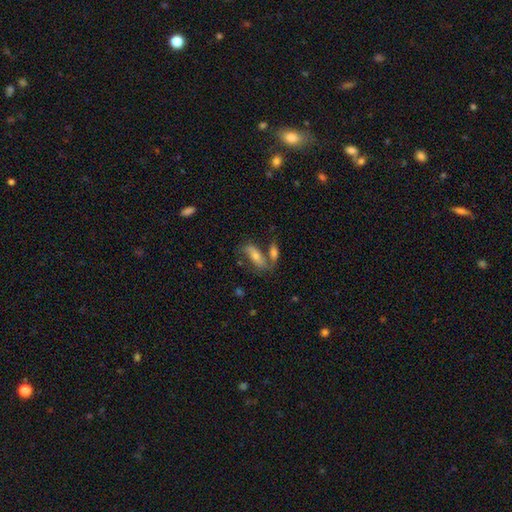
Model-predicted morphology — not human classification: Smooth or featured?
  - smooth: 50% *
  - featured or disk: 39%
  - star or artifact: 11%
Merging?
  - none: 48% *
  - merger: 30%
  - minor disturbance: 14%
  - major disturbance: 8%